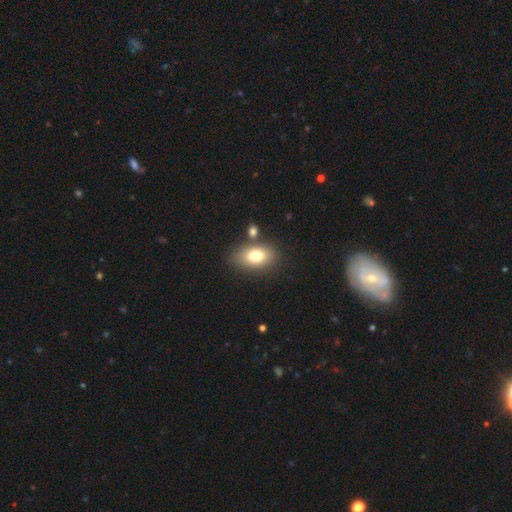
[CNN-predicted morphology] This is likely a smooth galaxy (77%). How rounded: clearly in between (86%). Merging: likely none (73%).